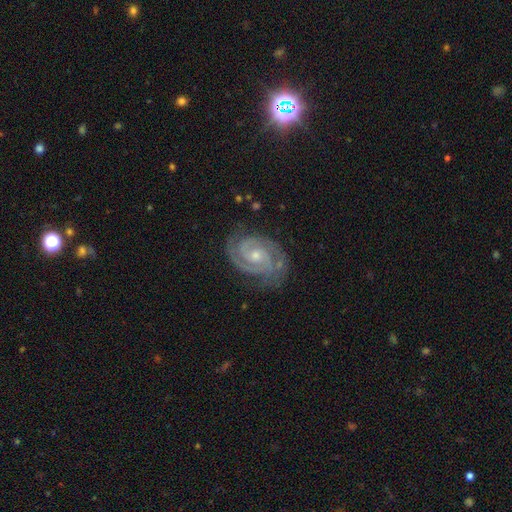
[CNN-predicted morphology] This appears to be a featured or disk galaxy (92%) with no bar (59%), 2 (83%) tight (69%) spiral arms (99%) and a small central bulge (54%). Merging: none (79%).